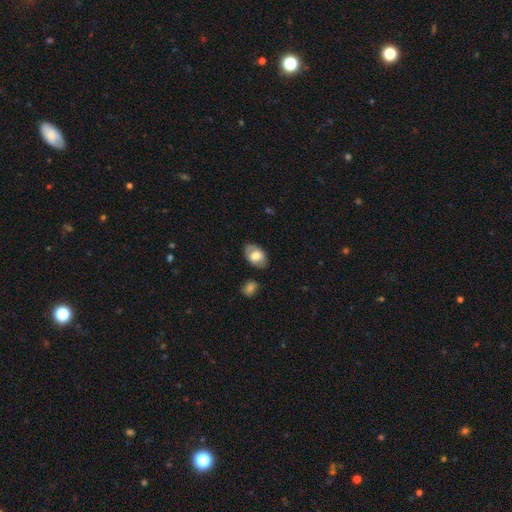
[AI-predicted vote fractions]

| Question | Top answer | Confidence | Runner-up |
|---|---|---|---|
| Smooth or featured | smooth | 64% | featured or disk (29%) |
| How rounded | in between | 89% | round (10%) |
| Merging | none | 78% | minor disturbance (16%) |